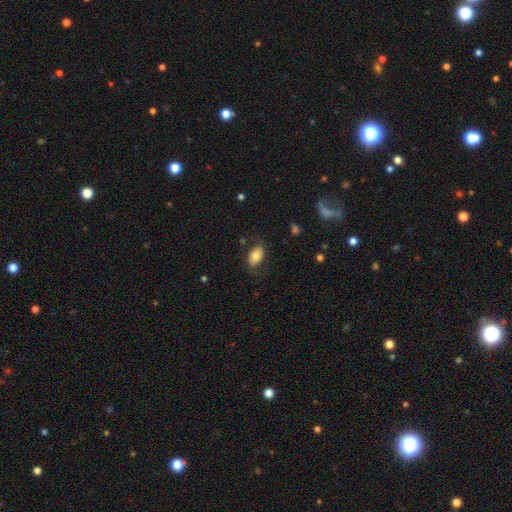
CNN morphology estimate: Smooth or featured? smooth (75%)
How rounded? in between (91%)
Merging? none (73%)